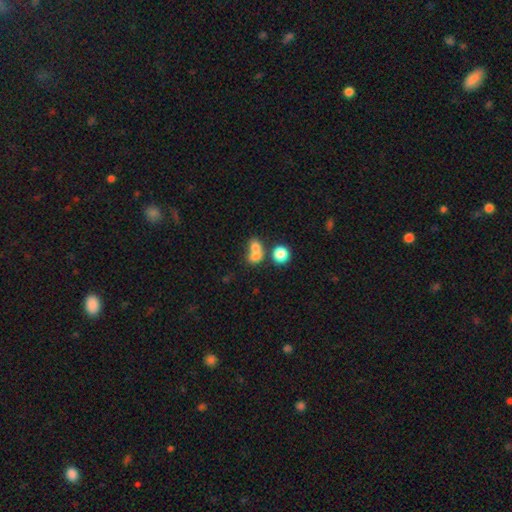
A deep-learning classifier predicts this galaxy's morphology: Smooth or featured? Predicted: smooth (p=0.73). How rounded? Predicted: round (p=0.60). Merging? Predicted: merger (p=0.57).